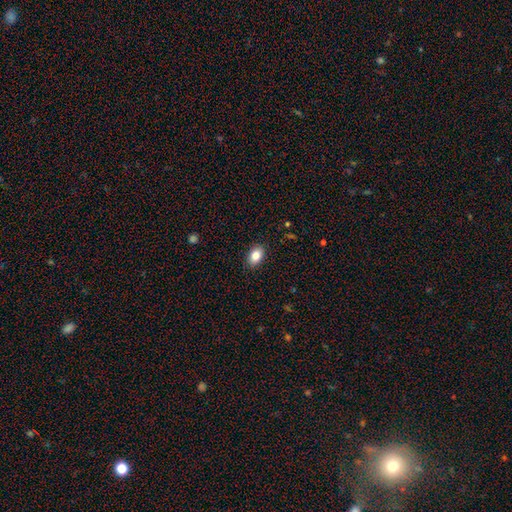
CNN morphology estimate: Smooth or featured: smooth — 84% (star or artifact — 8%)
How rounded: in between — 85% (round — 13%)
Merging: none — 89% (minor disturbance — 8%)